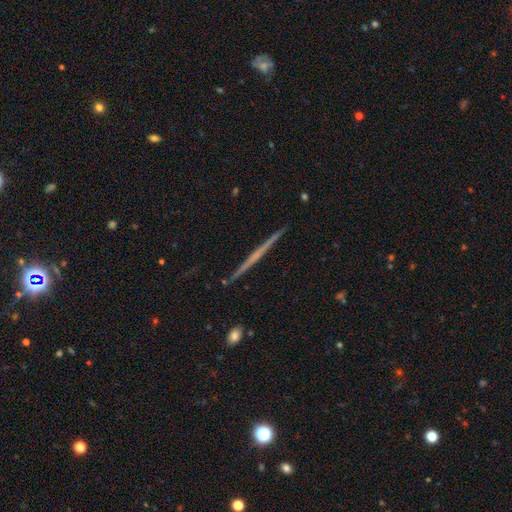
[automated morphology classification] Overall: featured or disk (68%). Edge-on disk: yes (98%). Edge-on bulge: none (82%). Merging: none (93%).